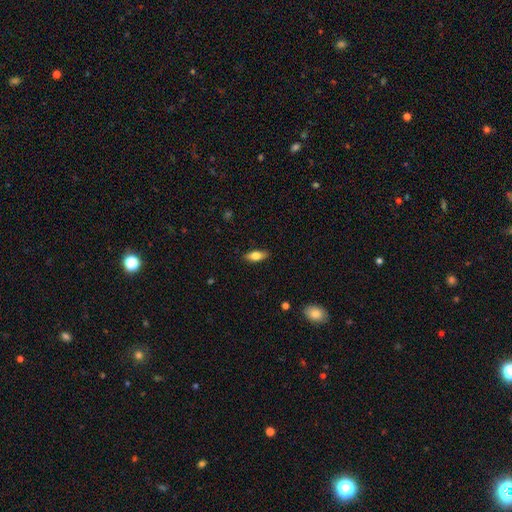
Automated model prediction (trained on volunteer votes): Smooth or featured?
  - smooth: 72% *
  - featured or disk: 21%
  - star or artifact: 7%
How rounded?
  - in between: 80% *
  - cigar-shaped: 17%
  - round: 3%
Merging?
  - none: 87% *
  - minor disturbance: 10%
  - major disturbance: 2%
  - merger: 1%